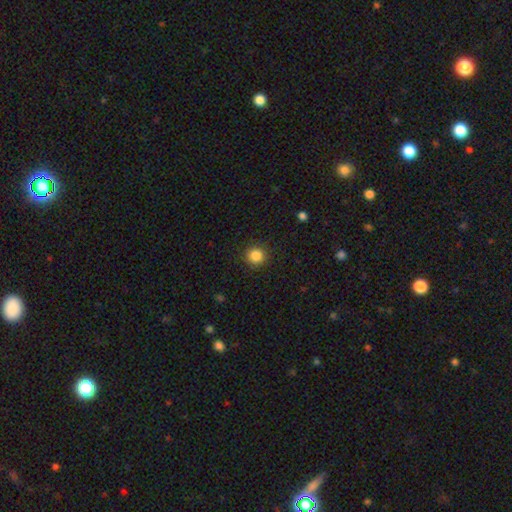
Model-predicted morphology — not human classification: smooth-or-featured: smooth: 85% | star or artifact: 11% | featured or disk: 4%
  how-rounded: round: 94% | in between: 5% | cigar-shaped: 1%
  merging: none: 91% | minor disturbance: 6% | major disturbance: 2% | merger: 1%